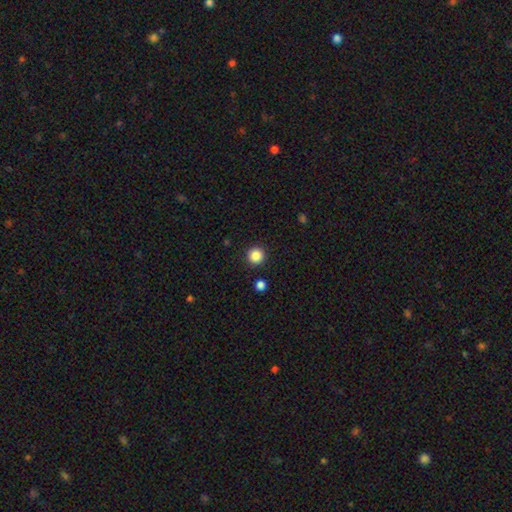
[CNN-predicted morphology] The model was most divided on "smooth or featured": smooth: 86%, star or artifact: 11%, featured or disk: 3%. More confident: how rounded — round (96%); merging — none (91%).